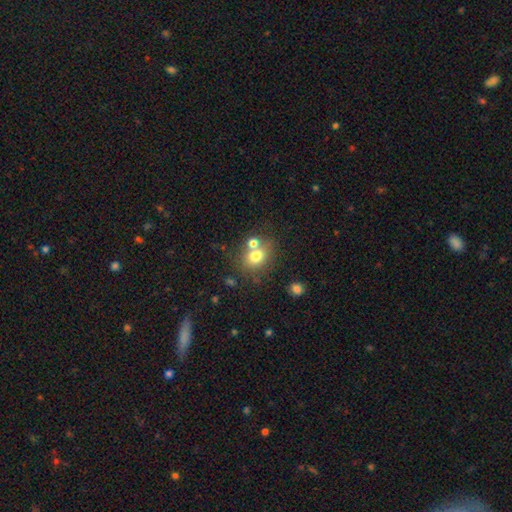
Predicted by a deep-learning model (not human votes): smooth 74%, featured or disk 15%, star or artifact 12%. Down the decision tree: how rounded — round (62%); merging — none (52%).